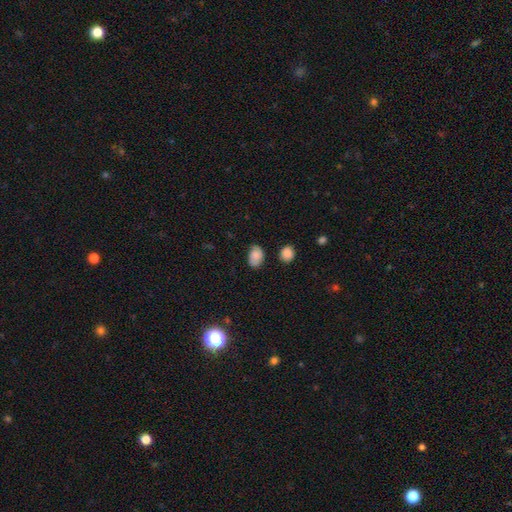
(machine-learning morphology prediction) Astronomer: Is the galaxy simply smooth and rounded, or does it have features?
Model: smooth — 80%.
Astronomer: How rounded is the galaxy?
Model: in between — 85%.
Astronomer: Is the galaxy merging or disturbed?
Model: none — 72%.